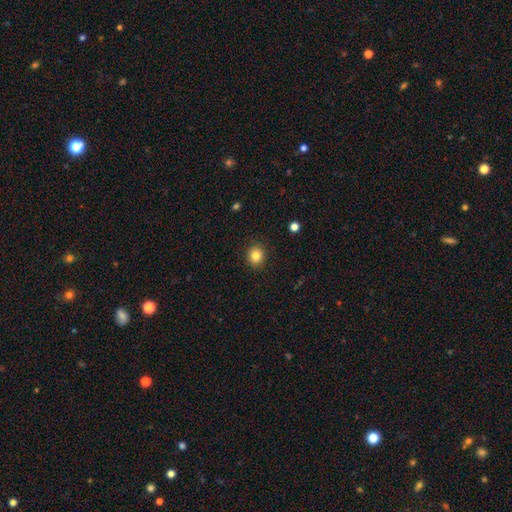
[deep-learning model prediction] This is clearly a smooth galaxy (84%). How rounded: clearly round (85%). Merging: clearly none (91%).